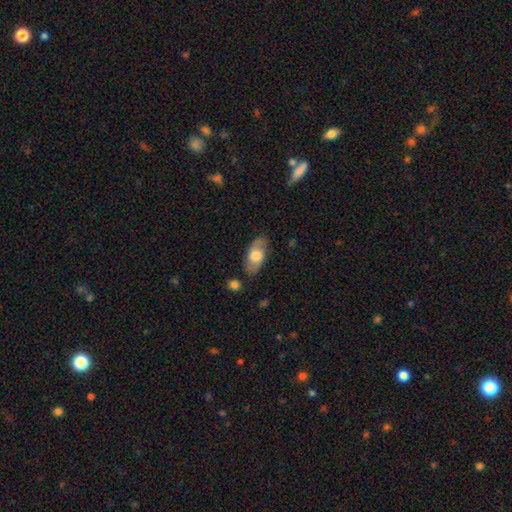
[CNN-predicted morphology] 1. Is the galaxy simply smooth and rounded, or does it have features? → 61% smooth, 33% featured or disk, 6% star or artifact.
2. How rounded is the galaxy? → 89% in between, 7% cigar-shaped, 4% round.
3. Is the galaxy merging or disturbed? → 80% none, 15% minor disturbance, 4% major disturbance, 2% merger.